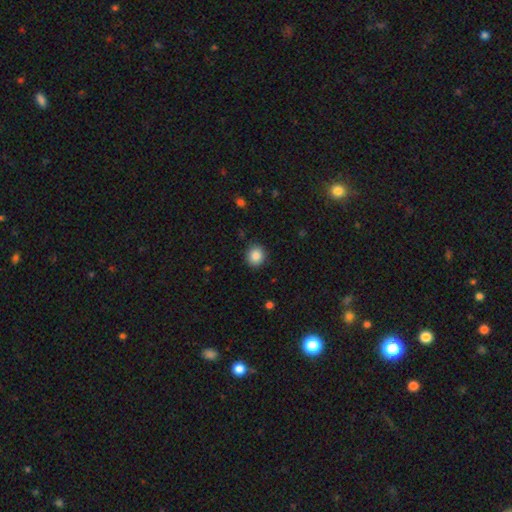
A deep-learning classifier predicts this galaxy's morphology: smooth_or_featured: smooth (p=0.87) [alt: star or artifact p=0.09]
how_rounded: round (p=0.78) [alt: in between p=0.21]
merging: none (p=0.88) [alt: minor disturbance p=0.08]